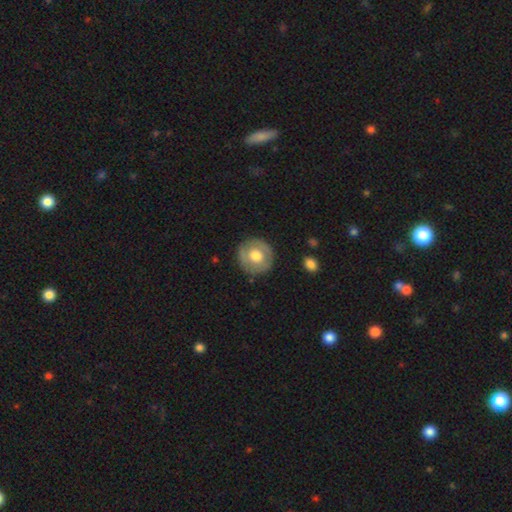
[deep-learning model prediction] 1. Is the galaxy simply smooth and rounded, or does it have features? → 54% smooth, 40% featured or disk, 6% star or artifact.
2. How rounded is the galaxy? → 92% round, 7% in between, 1% cigar-shaped.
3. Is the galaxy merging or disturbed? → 84% none, 11% minor disturbance, 3% major disturbance, 1% merger.